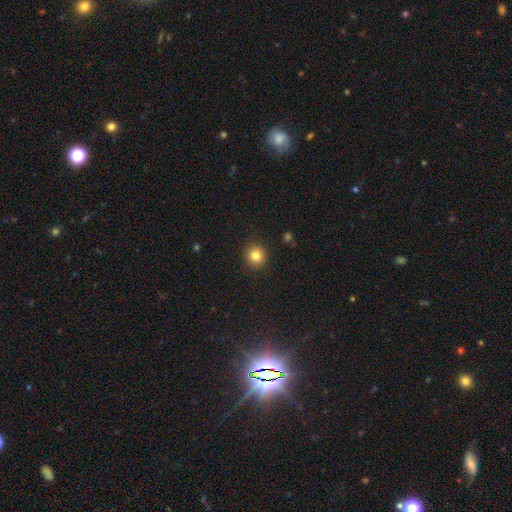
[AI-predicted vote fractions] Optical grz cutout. It shows a smooth galaxy with no disk features (83%) that is round (92%). Merging: none (91%).